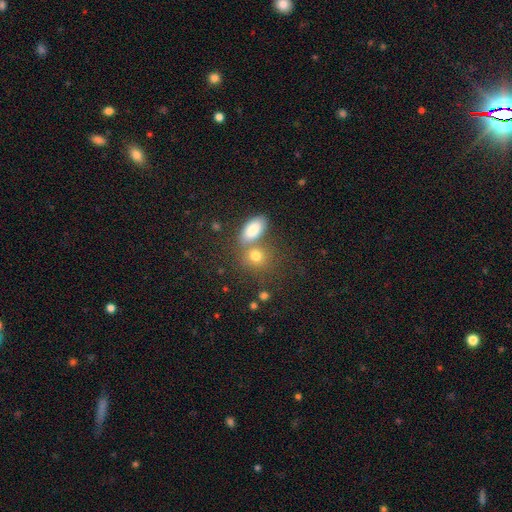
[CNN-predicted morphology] smooth-or-featured: smooth: 78% | star or artifact: 11% | featured or disk: 11%
  how-rounded: in between: 49% | round: 48% | cigar-shaped: 3%
  merging: none: 48% | merger: 38% | minor disturbance: 10% | major disturbance: 5%